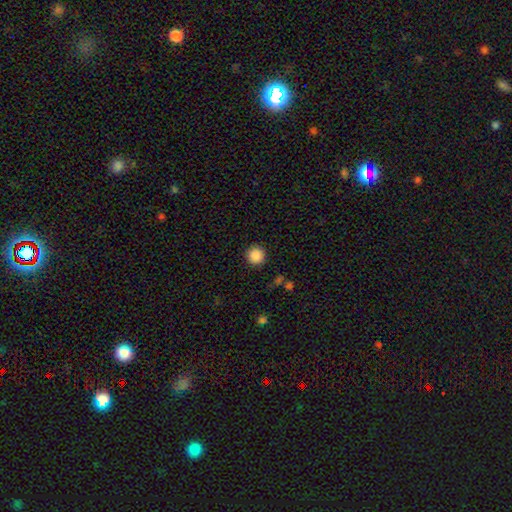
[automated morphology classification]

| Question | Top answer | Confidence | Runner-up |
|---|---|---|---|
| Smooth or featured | smooth | 88% | star or artifact (10%) |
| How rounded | round | 95% | in between (4%) |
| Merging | none | 91% | minor disturbance (6%) |